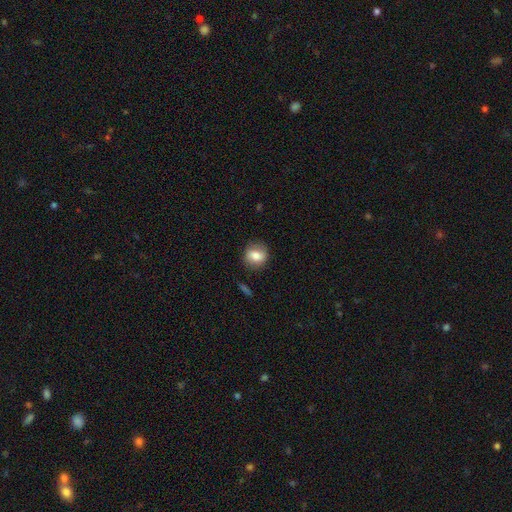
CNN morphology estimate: Q: Smooth or featured?
A: smooth (75%); runner-up: featured or disk (17%)
Q: How rounded?
A: round (66%); runner-up: in between (32%)
Q: Merging?
A: none (81%); runner-up: minor disturbance (13%)